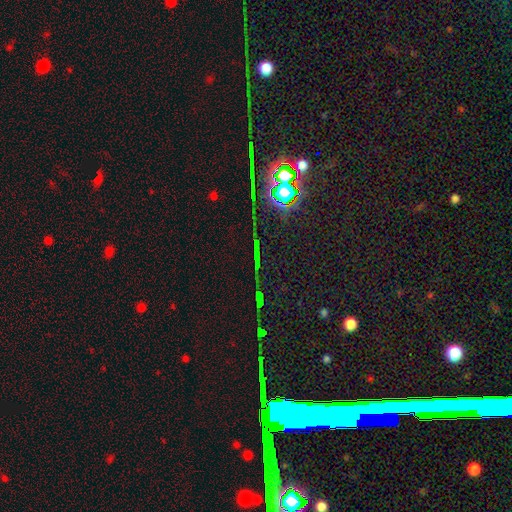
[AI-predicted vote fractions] Morphology: type=star or artifact (82%).